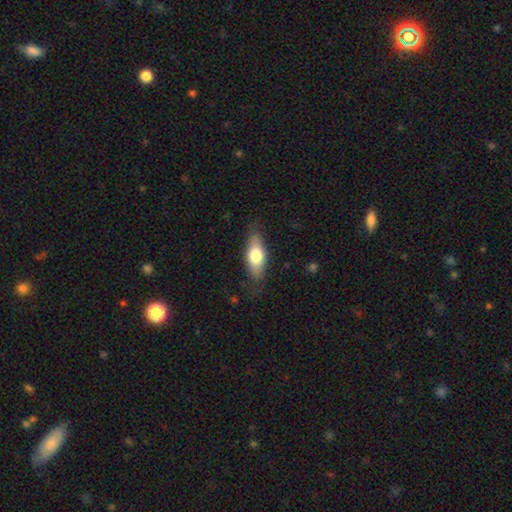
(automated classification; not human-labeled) smooth 68%, featured or disk 26%, star or artifact 6%. Down the decision tree: how rounded — in between (71%); merging — none (80%).